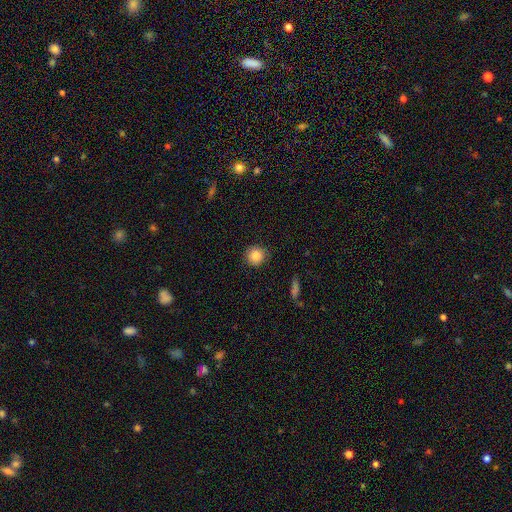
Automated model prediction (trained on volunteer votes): Smooth or featured?
  - smooth: 86% *
  - star or artifact: 9%
  - featured or disk: 4%
How rounded?
  - round: 93% *
  - in between: 6%
  - cigar-shaped: 1%
Merging?
  - none: 86% *
  - minor disturbance: 10%
  - major disturbance: 3%
  - merger: 1%